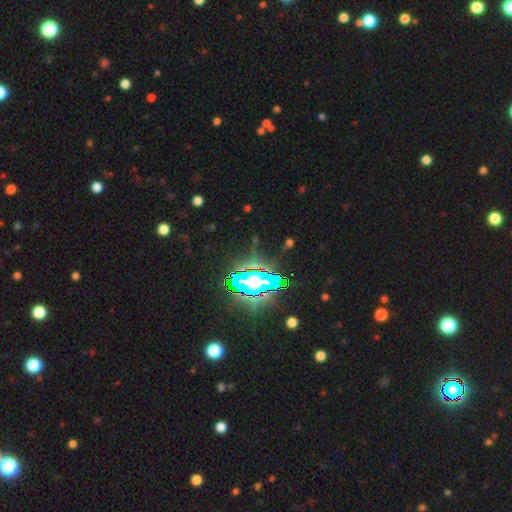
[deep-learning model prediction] This is likely a star or artifact rather than a galaxy (79%).